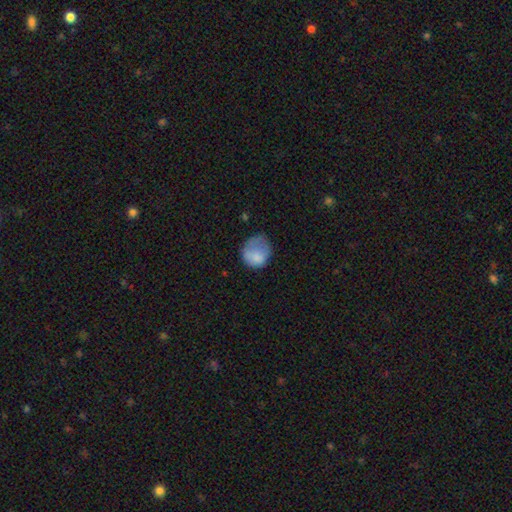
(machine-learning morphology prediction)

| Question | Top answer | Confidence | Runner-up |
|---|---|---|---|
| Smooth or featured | smooth | 77% | featured or disk (14%) |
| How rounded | round | 67% | in between (32%) |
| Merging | none | 37% | minor disturbance (32%) |